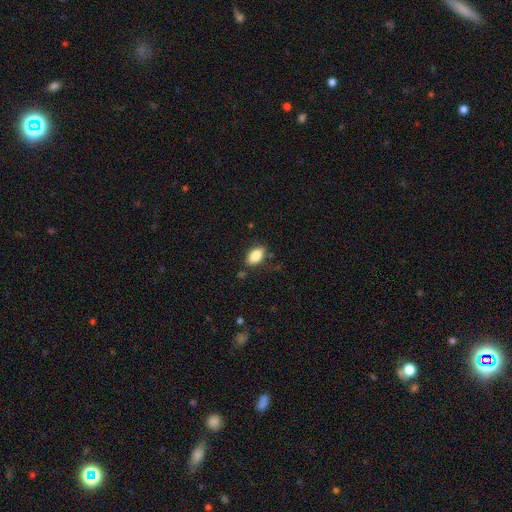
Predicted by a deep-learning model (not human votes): A smooth galaxy with no disk features (83%) that is in between round and cigar-shaped (89%). Merging: none (81%).